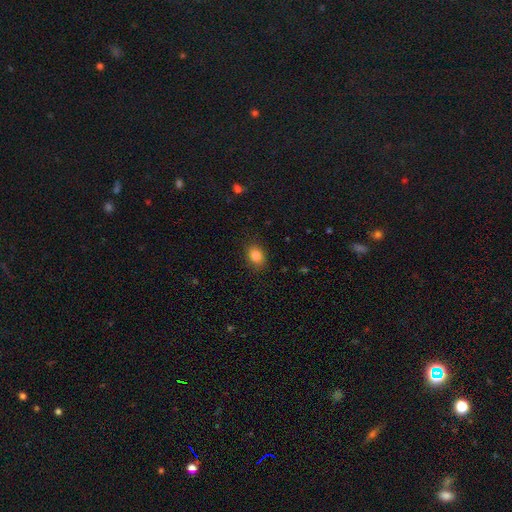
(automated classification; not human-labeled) This is clearly a smooth galaxy (84%). How rounded: possibly in between (55%). Merging: clearly none (86%).